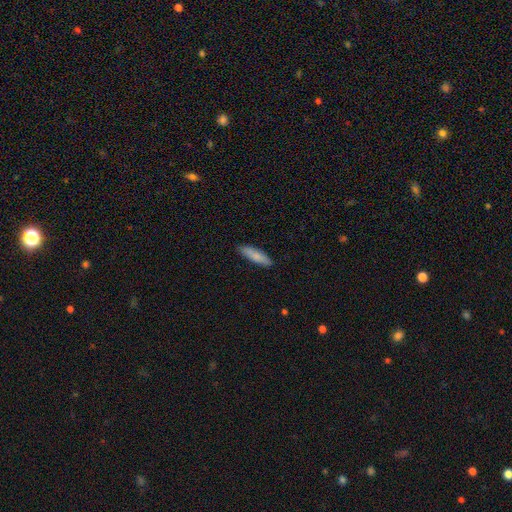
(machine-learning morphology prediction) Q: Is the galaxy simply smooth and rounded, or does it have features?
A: smooth — 81%.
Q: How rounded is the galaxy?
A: cigar-shaped — 65%.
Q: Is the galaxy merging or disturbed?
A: none — 88%.